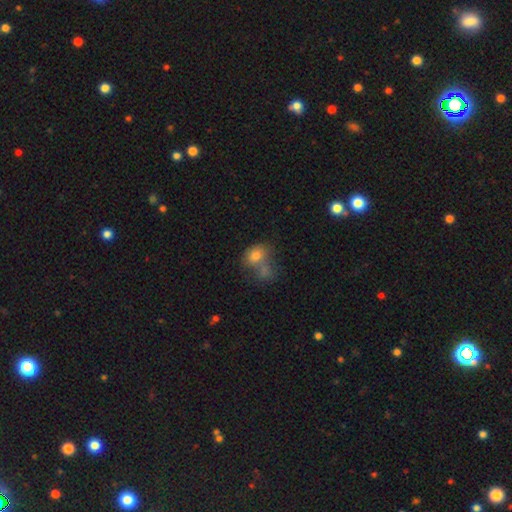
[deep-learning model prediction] This appears to be a smooth galaxy with no disk features (76%) that is in between round and cigar-shaped (57%). Merging: merger (50%).